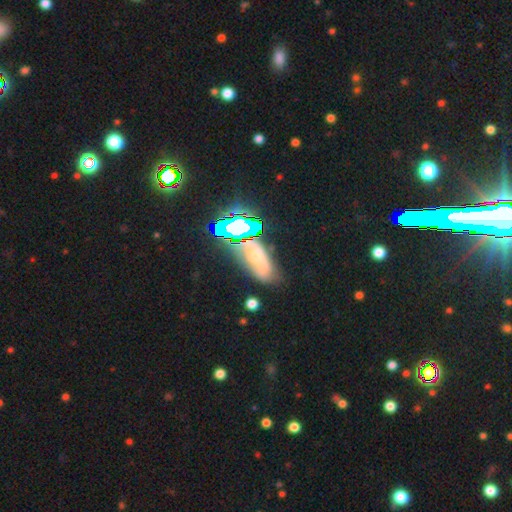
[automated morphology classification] A star or artifact, not a galaxy (39%).